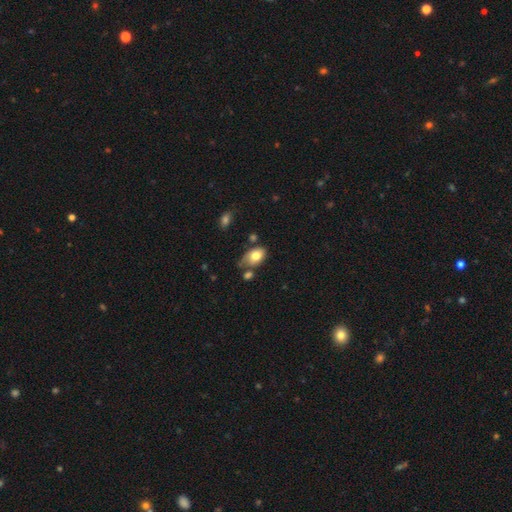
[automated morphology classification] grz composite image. It shows a smooth galaxy with no disk features (78%) that is in between round and cigar-shaped (86%). Merging: none (50%).